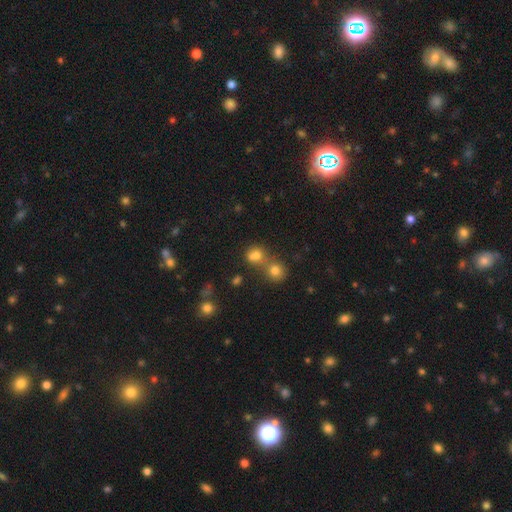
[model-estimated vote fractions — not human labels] Morphology: type=smooth (74%); roundness=round (71%); merging=merger (49%).